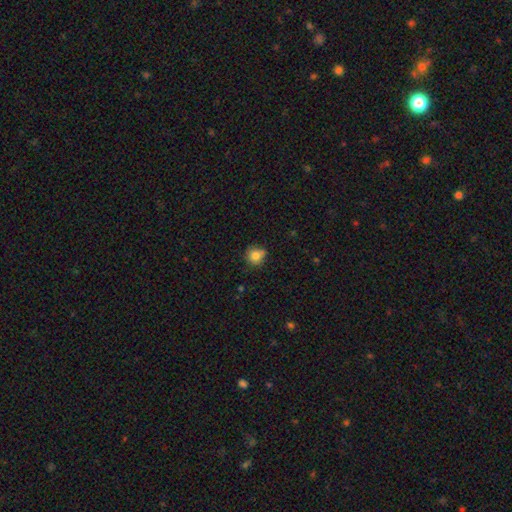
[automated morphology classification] This appears to be a smooth galaxy with no disk features (82%) that is round (88%). Merging: none (72%).